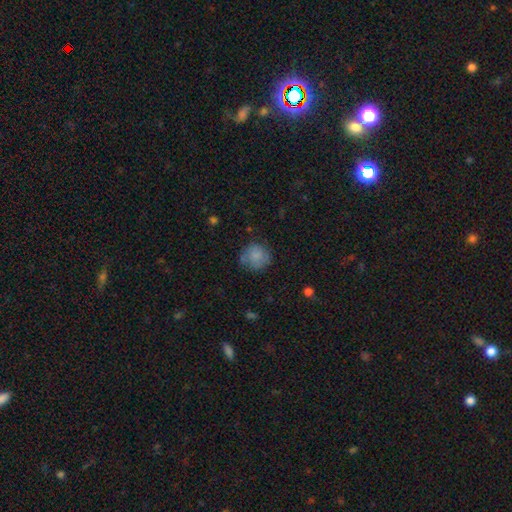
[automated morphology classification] Smooth or featured? smooth (80%)
How rounded? round (89%)
Merging? none (72%)